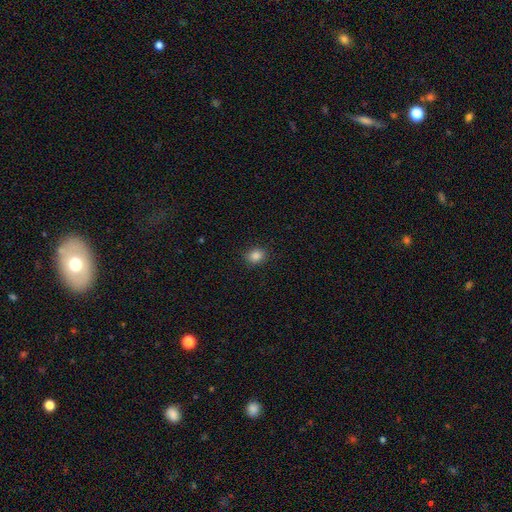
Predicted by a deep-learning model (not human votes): smooth_or_featured: smooth (p=0.86) [alt: star or artifact p=0.10]
how_rounded: in between (p=0.50) [alt: round p=0.49]
merging: none (p=0.88) [alt: minor disturbance p=0.09]